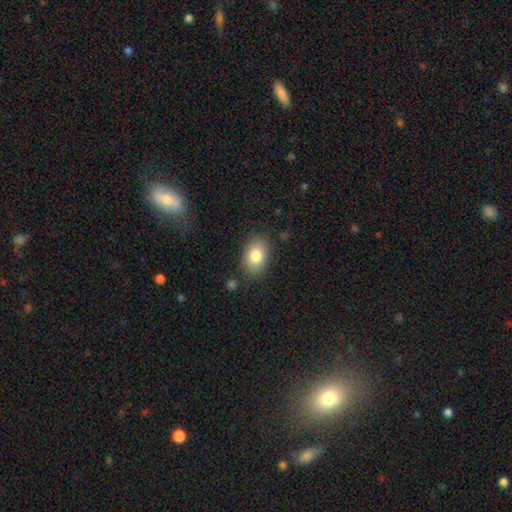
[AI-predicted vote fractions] Smooth or featured: smooth — 82% (featured or disk — 10%)
How rounded: in between — 83% (round — 16%)
Merging: none — 82% (minor disturbance — 12%)